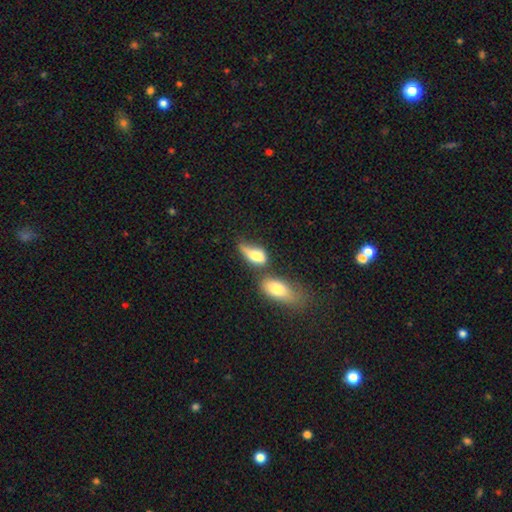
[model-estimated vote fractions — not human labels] A smooth galaxy with no disk features (71%) that is in between round and cigar-shaped (80%).

Vote fractions:
- Smooth or featured? smooth: 71% / featured or disk: 21% / star or artifact: 8%
- How rounded? in between: 80% / cigar-shaped: 13% / round: 7%
- Merging? merger: 39% / none: 25% / minor disturbance: 19% / major disturbance: 17%